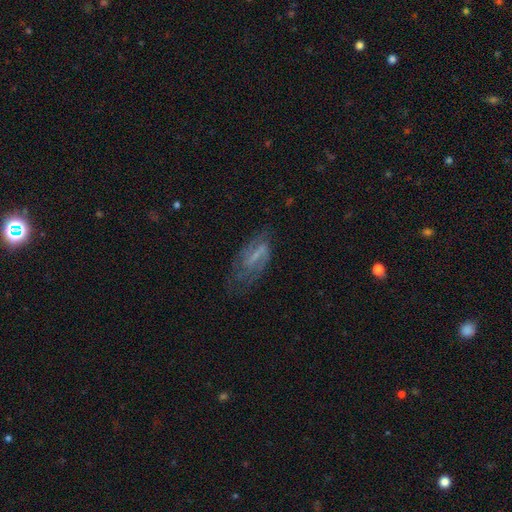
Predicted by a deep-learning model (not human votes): A featured or disk galaxy (65%) with a weak bar (41%), spiral arms (74%) and no central bulge (42%). Merging: none (52%).